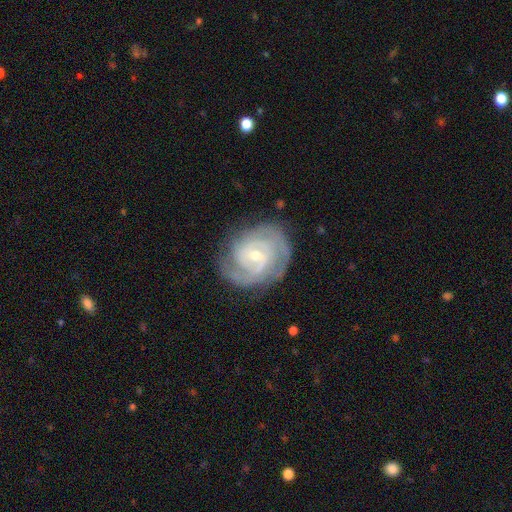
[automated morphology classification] A featured or disk galaxy (88%) with no bar (52%), 2 (41%) tight (67%) spiral arms (96%) and a small central bulge (61%).

Vote fractions:
- Smooth or featured? featured or disk: 88% / smooth: 8% / star or artifact: 5%
- Edge-on disk? no: 98% / yes: 2%
- Bar? no: 52% / weak: 38% / strong: 10%
- Spiral arms? yes: 96% / no: 4%
- Spiral winding? tight: 67% / medium: 28% / loose: 5%
- Spiral arm count? 2: 41% / 3: 23% / can't tell: 21% / 4: 6% / 1: 5% / more than 4: 4%
- Bulge size? small: 61% / moderate: 36% / large: 1% / none: 1% / dominant: 1%
- Merging? none: 76% / minor disturbance: 17% / major disturbance: 7% / merger: 1%